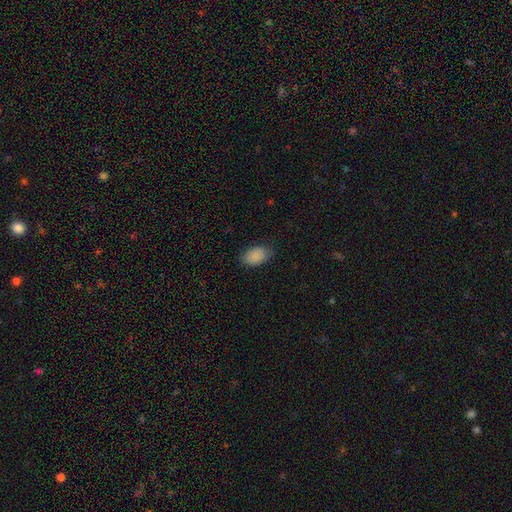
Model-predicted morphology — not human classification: smooth_or_featured: smooth (p=0.89) [alt: star or artifact p=0.07]
how_rounded: in between (p=0.90) [alt: round p=0.08]
merging: none (p=0.80) [alt: minor disturbance p=0.15]